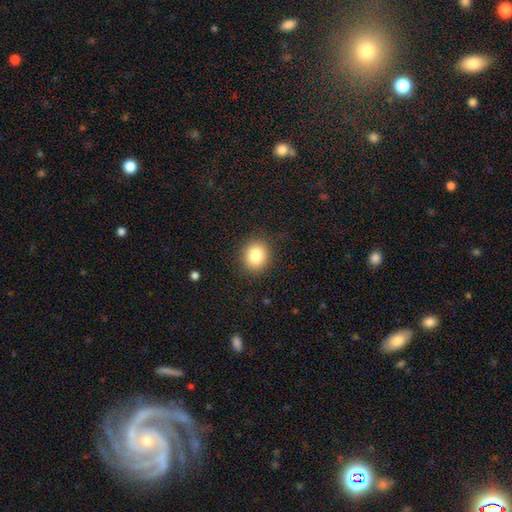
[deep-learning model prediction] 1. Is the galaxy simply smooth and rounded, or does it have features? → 83% smooth, 10% star or artifact, 7% featured or disk.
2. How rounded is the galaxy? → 74% round, 25% in between, 1% cigar-shaped.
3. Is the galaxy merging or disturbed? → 88% none, 8% minor disturbance, 3% major disturbance, 1% merger.